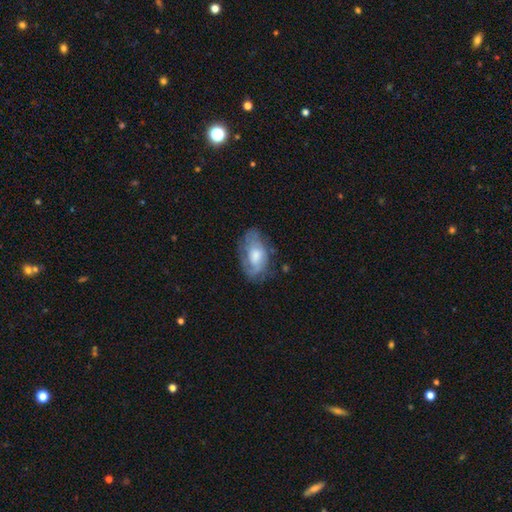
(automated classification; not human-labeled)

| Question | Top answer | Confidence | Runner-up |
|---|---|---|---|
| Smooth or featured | featured or disk | 56% | smooth (37%) |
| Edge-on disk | no | 94% | yes (6%) |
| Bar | no | 73% | weak (23%) |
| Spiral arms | yes | 68% | no (32%) |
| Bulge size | moderate | 44% | large (31%) |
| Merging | none | 56% | minor disturbance (28%) |